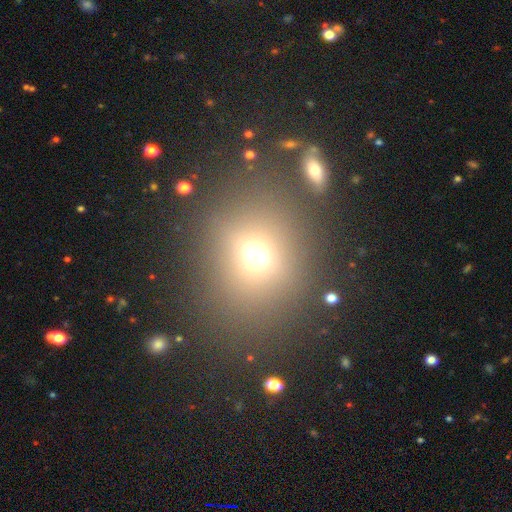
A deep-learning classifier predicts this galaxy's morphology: This appears to be a smooth galaxy with no disk features (61%) that is round (74%). Merging: none (78%).